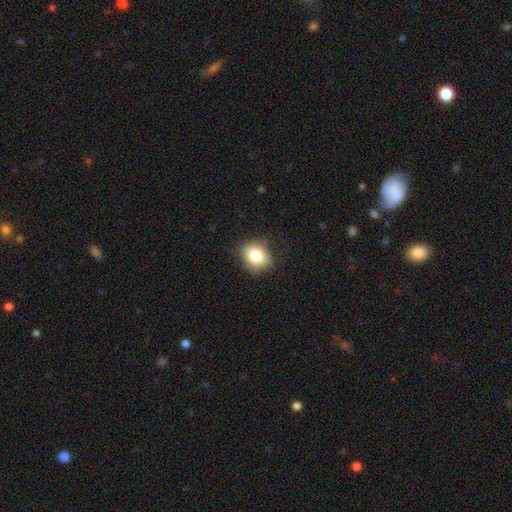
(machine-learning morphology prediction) A smooth galaxy with no disk features (81%) that is round (52%).

Vote fractions:
- Smooth or featured? smooth: 81% / star or artifact: 10% / featured or disk: 10%
- How rounded? round: 52% / in between: 47% / cigar-shaped: 1%
- Merging? none: 81% / minor disturbance: 14% / major disturbance: 3% / merger: 1%